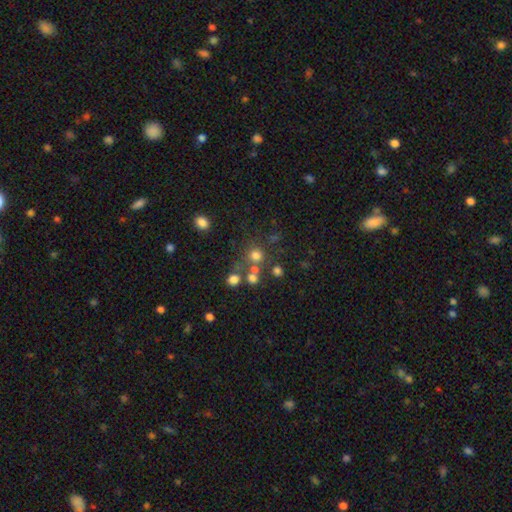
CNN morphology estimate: The model was most divided on "merging": none: 66%, merger: 20%, minor disturbance: 9%, major disturbance: 5%. More confident: how rounded — round (90%); smooth or featured — smooth (71%).